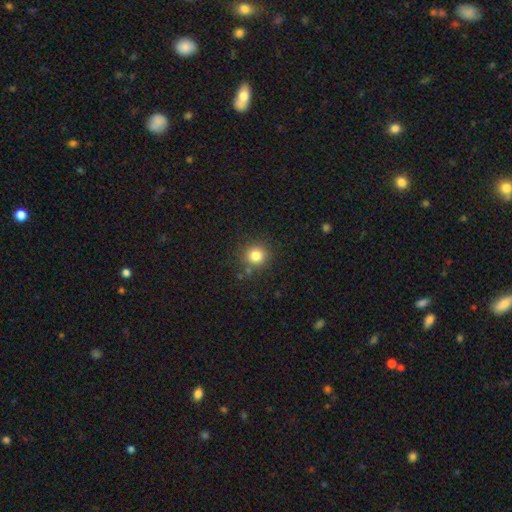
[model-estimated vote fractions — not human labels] Smooth or featured: smooth — 81% (star or artifact — 12%)
How rounded: round — 93% (in between — 6%)
Merging: none — 85% (minor disturbance — 8%)